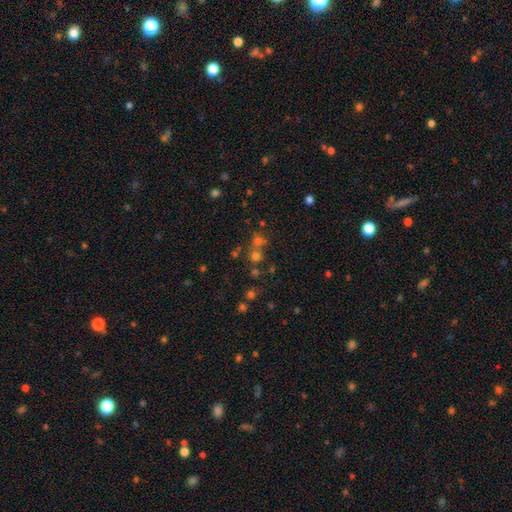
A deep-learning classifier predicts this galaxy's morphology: smooth 51%, star or artifact 37%, featured or disk 12%. Down the decision tree: how rounded — round (87%); merging — none (58%).